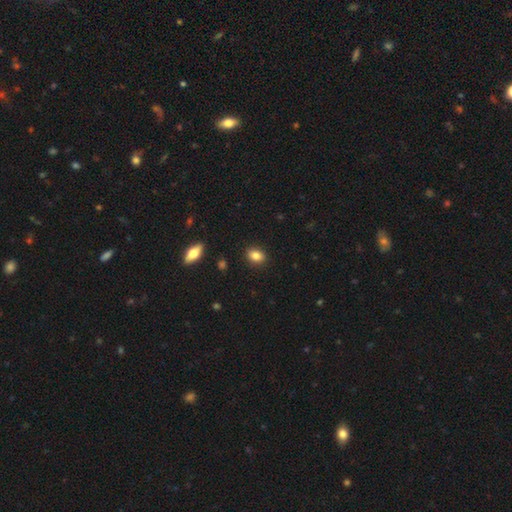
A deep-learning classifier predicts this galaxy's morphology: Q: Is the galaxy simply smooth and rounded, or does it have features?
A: smooth — 84%.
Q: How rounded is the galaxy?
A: in between — 72%.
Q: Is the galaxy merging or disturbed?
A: none — 89%.